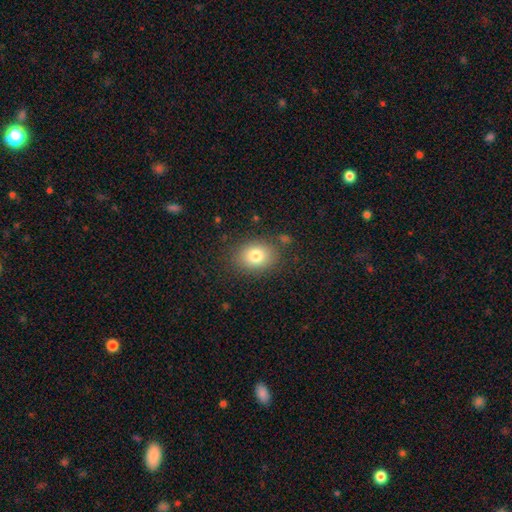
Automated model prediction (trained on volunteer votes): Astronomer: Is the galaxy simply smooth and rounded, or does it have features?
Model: smooth — 80%.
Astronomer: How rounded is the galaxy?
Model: in between — 55% (runner-up: round, 44%).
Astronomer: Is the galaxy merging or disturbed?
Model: none — 82%.